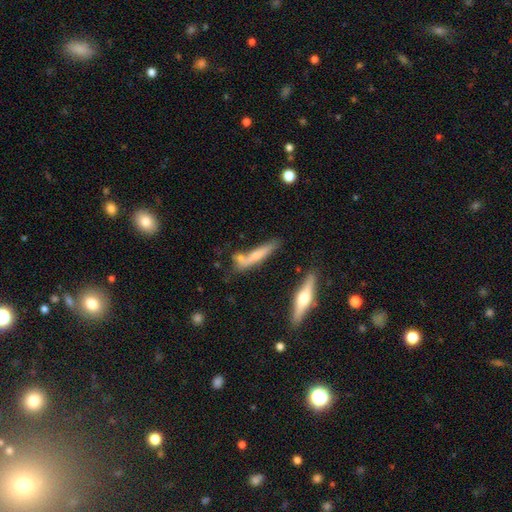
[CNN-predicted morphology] This is possibly a smooth galaxy (53%). How rounded: clearly cigar-shaped (85%). Merging: possibly none (54%).